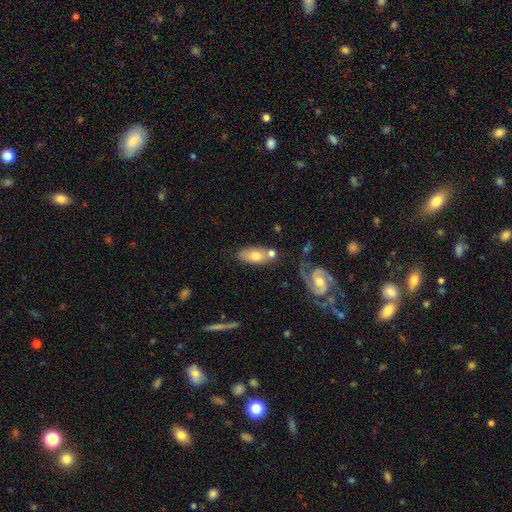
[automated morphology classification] Q: Smooth or featured?
A: smooth (61%); runner-up: featured or disk (32%)
Q: How rounded?
A: in between (84%); runner-up: cigar-shaped (9%)
Q: Merging?
A: none (50%); runner-up: merger (25%)